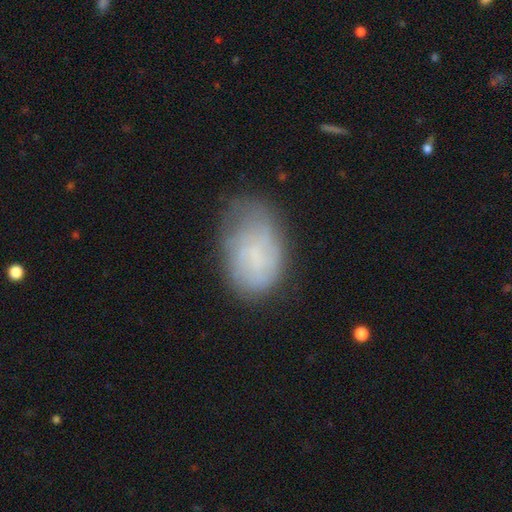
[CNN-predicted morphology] This is possibly a smooth galaxy (58%). How rounded: clearly in between (87%). Merging: possibly none (52%).